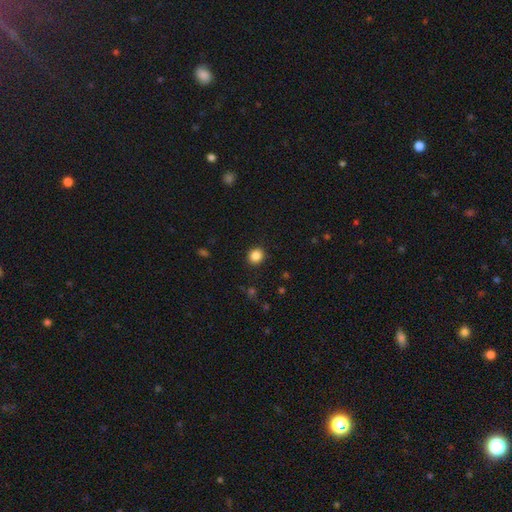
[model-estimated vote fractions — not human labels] smooth_or_featured: smooth (p=0.86) [alt: star or artifact p=0.11]
how_rounded: round (p=0.83) [alt: in between p=0.16]
merging: none (p=0.91) [alt: minor disturbance p=0.06]